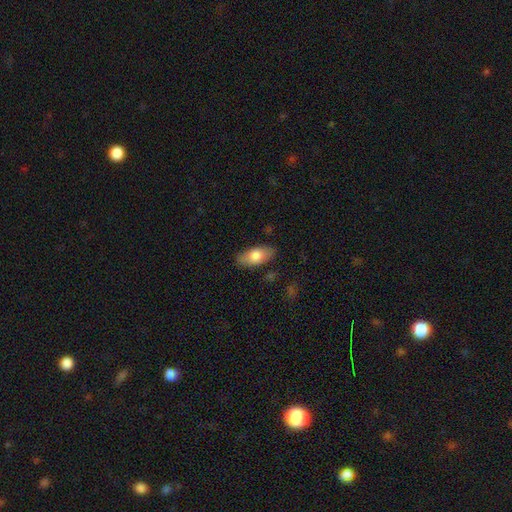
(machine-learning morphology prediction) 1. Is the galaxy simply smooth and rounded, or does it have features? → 77% smooth, 17% featured or disk, 6% star or artifact.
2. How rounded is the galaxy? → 89% in between, 8% cigar-shaped, 3% round.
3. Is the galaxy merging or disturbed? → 82% none, 13% minor disturbance, 3% major disturbance, 1% merger.